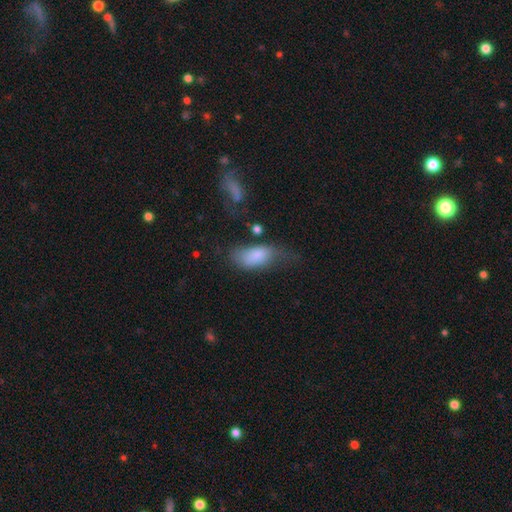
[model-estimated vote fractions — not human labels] Q: Smooth or featured?
A: smooth (77%); runner-up: featured or disk (15%)
Q: How rounded?
A: in between (90%); runner-up: cigar-shaped (6%)
Q: Merging?
A: major disturbance (33%); runner-up: minor disturbance (29%)